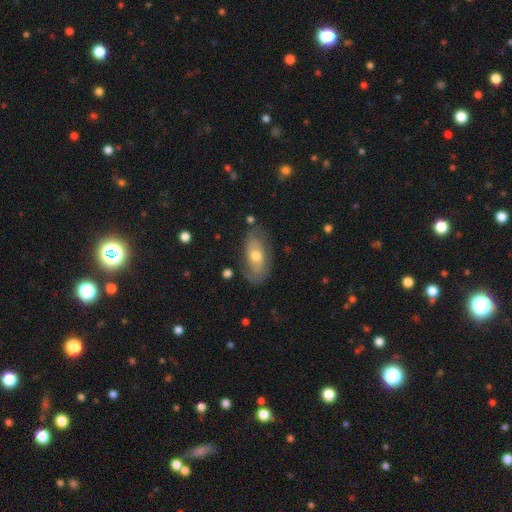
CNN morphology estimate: smooth_or_featured: featured or disk (p=0.54) [alt: smooth p=0.39]
disk_edge_on: no (p=0.85) [alt: yes p=0.15]
merging: none (p=0.71) [alt: minor disturbance p=0.20]